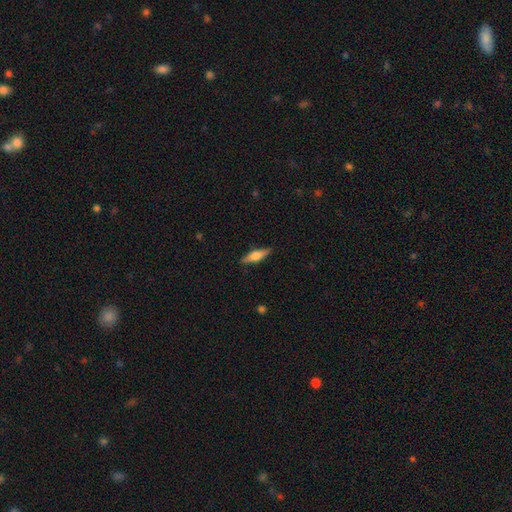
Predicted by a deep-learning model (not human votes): The model was most divided on "smooth or featured": featured or disk: 50%, smooth: 44%, star or artifact: 6%. More confident: merging — none (88%).